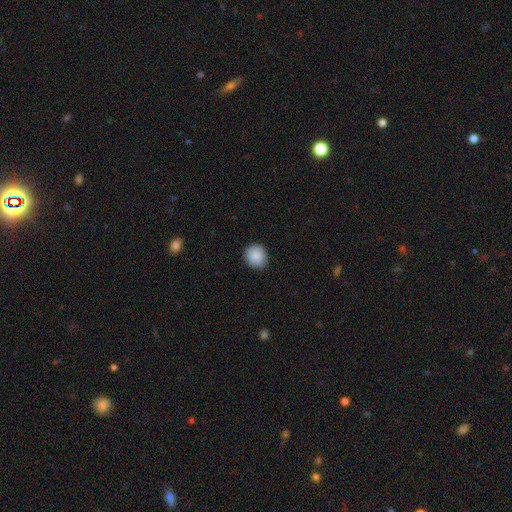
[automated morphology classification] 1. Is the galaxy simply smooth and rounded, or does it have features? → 89% smooth, 8% star or artifact, 3% featured or disk.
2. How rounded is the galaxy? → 88% round, 11% in between, 1% cigar-shaped.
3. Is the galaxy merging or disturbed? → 87% none, 10% minor disturbance, 2% major disturbance, 1% merger.